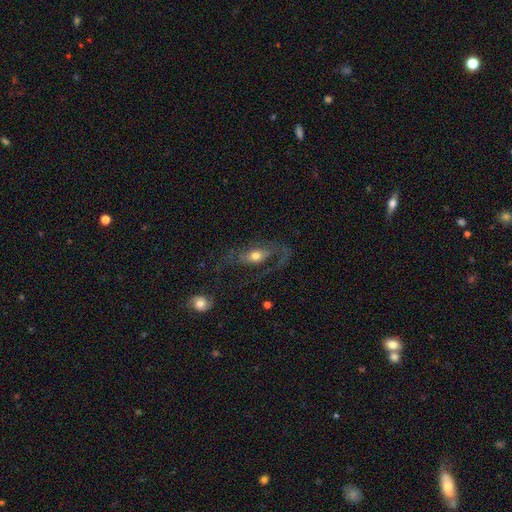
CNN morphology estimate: Smooth or featured? featured or disk (59%)
Edge-on disk? no (87%)
Bar? no (66%)
Spiral arms? yes (68%)
Bulge size? moderate (67%)
Merging? none (40%, tied with major disturbance)